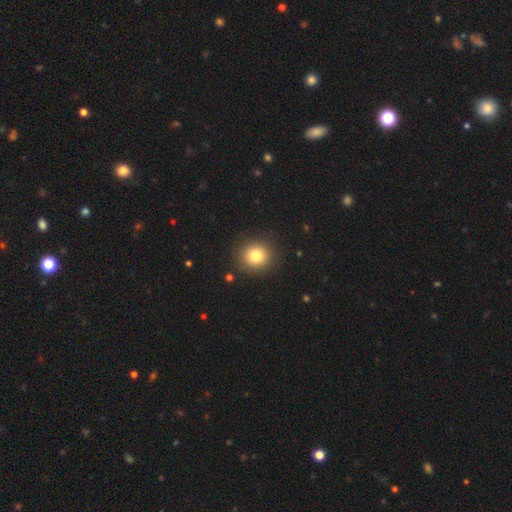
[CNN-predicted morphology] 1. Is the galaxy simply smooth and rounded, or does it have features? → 81% smooth, 12% star or artifact, 8% featured or disk.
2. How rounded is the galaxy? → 88% round, 11% in between, 1% cigar-shaped.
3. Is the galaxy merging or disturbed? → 90% none, 6% minor disturbance, 2% major disturbance, 1% merger.